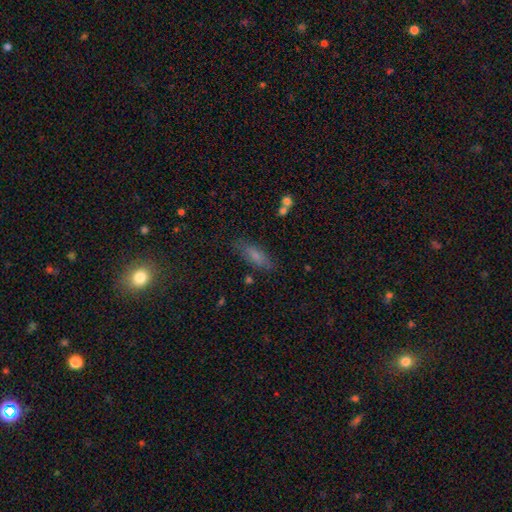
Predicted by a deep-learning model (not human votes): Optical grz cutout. It shows a smooth galaxy with no disk features (73%) that is in between round and cigar-shaped (63%). Merging: none (79%).